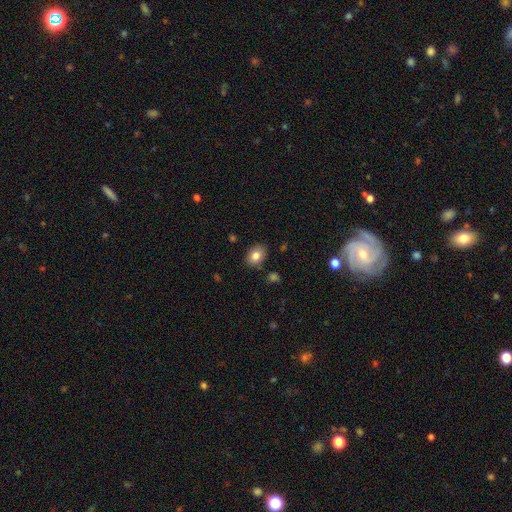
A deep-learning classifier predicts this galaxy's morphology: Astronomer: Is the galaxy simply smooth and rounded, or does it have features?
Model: smooth — 82%.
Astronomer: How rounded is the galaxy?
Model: in between — 67%.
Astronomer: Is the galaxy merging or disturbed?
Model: none — 85%.